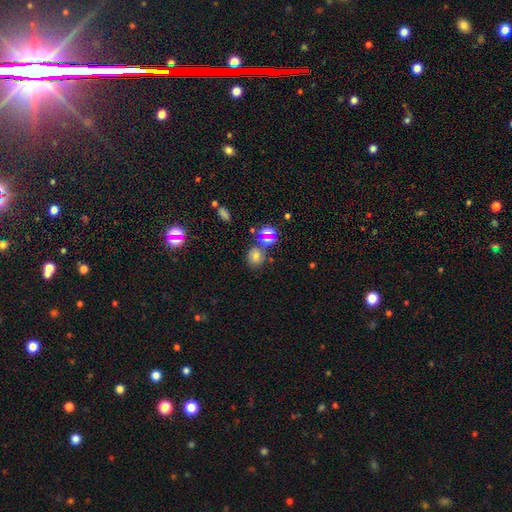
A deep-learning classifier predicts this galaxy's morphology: Overall: smooth (58%; star or artifact 28%). How rounded: round (67%; in between 32%). Merging: none (66%).